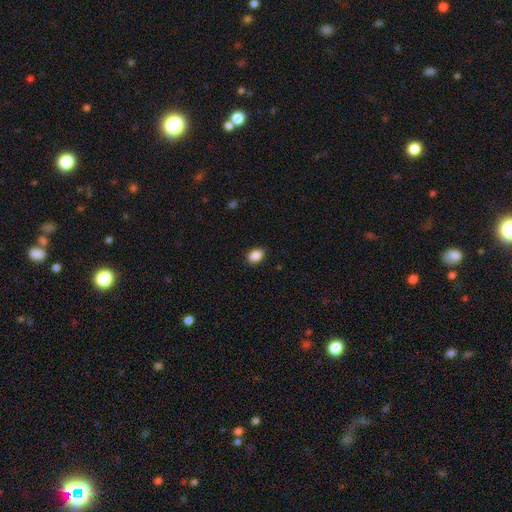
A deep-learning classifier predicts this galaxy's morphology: Smooth or featured? smooth (89%)
How rounded? in between (81%)
Merging? none (88%)